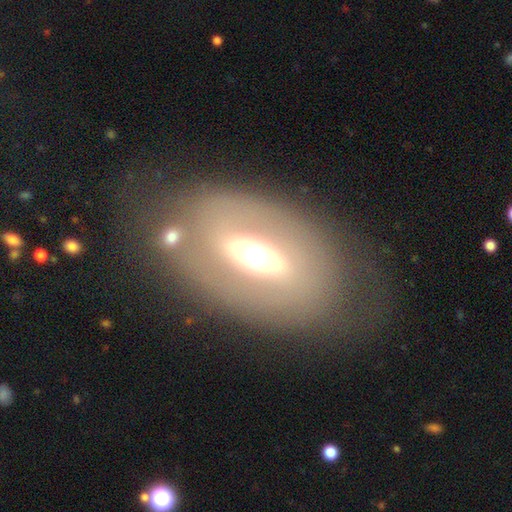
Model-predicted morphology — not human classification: Overall: featured or disk (59%; smooth 33%). Edge-on disk: no (89%). Bar: no (39%; strong 31%). Spiral arms: no (78%). Bulge size: moderate (58%; large 24%). Merging: none (66%).